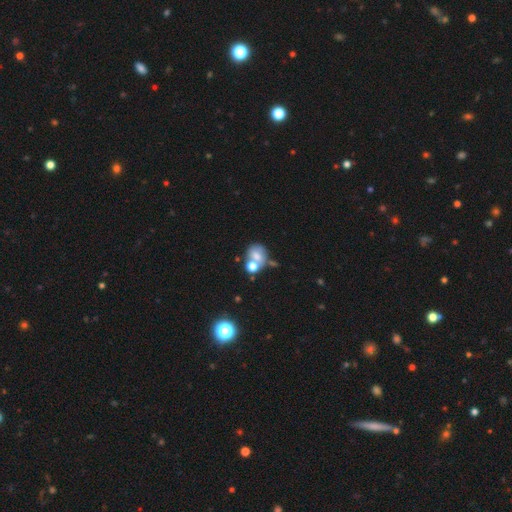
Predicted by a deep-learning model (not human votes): smooth-or-featured: smooth: 62% | featured or disk: 23% | star or artifact: 15%
  how-rounded: round: 57% | in between: 42% | cigar-shaped: 1%
  merging: merger: 43% | none: 33% | minor disturbance: 14% | major disturbance: 10%